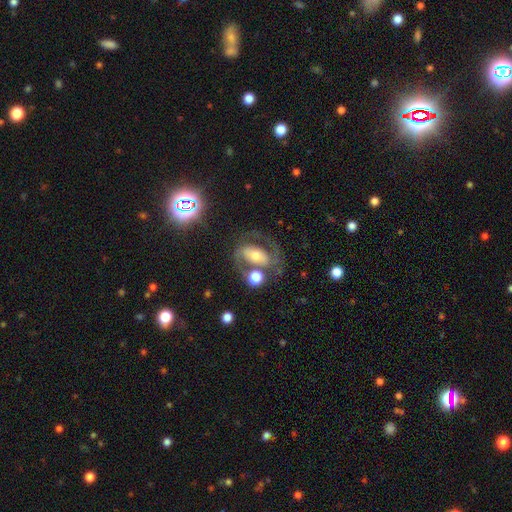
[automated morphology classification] This appears to be a featured or disk galaxy (69%) with no bar (38%), 2 (81%) medium (51%) spiral arms (78%) and a moderate central bulge (54%). Merging: none (55%).